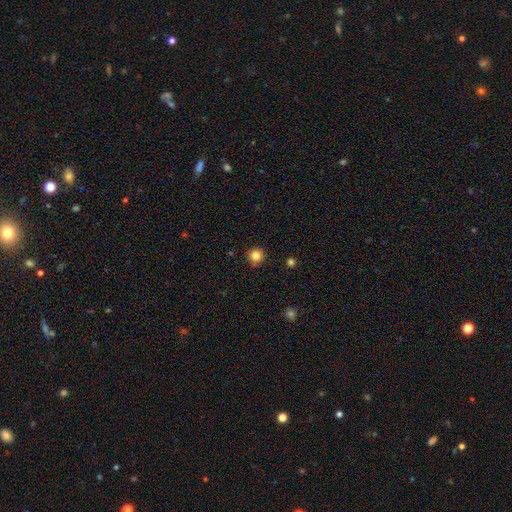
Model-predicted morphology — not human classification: smooth 82%, star or artifact 12%, featured or disk 5%. Down the decision tree: how rounded — round (95%); merging — none (90%).